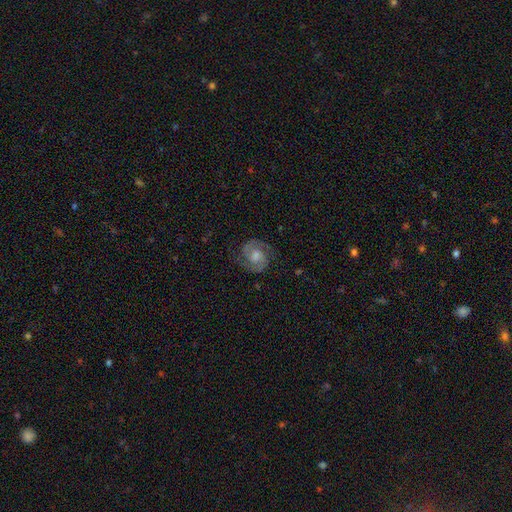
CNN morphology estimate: Overall: featured or disk (85%). Edge-on disk: no (98%). Bar: no (55%; weak 37%). Spiral arms: yes (97%). Spiral arm count: 2 (92%). Spiral winding: medium (46%; tight 45%). Bulge size: moderate (58%; small 23%). Merging: none (83%).